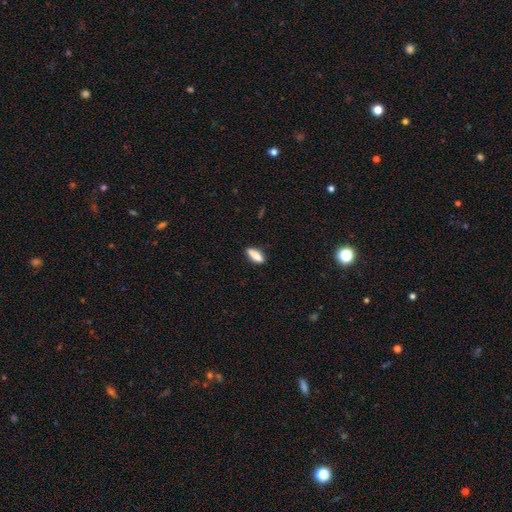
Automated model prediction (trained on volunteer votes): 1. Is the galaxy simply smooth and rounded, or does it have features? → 84% smooth, 10% featured or disk, 7% star or artifact.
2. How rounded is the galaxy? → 55% in between, 43% cigar-shaped, 3% round.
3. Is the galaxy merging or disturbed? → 85% none, 11% minor disturbance, 2% major disturbance, 2% merger.